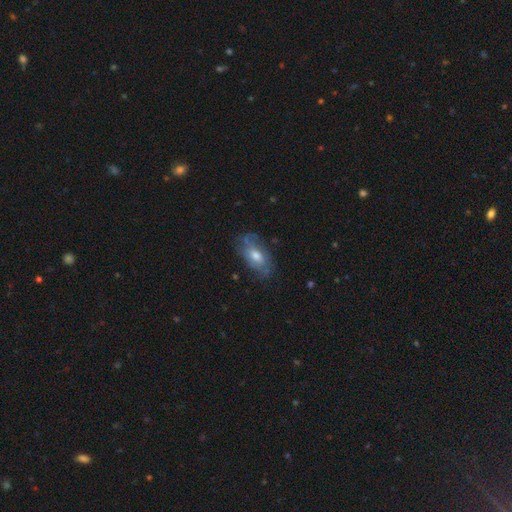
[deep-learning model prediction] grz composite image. It shows a featured or disk galaxy (51%). Merging: none (65%).